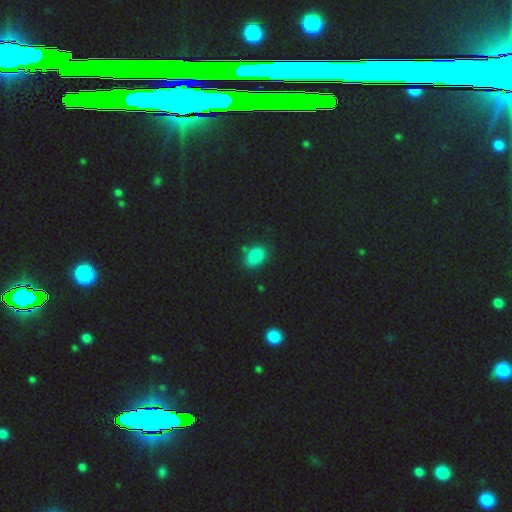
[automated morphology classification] type=smooth (81%); roundness=in between (78%); merging=none (78%).